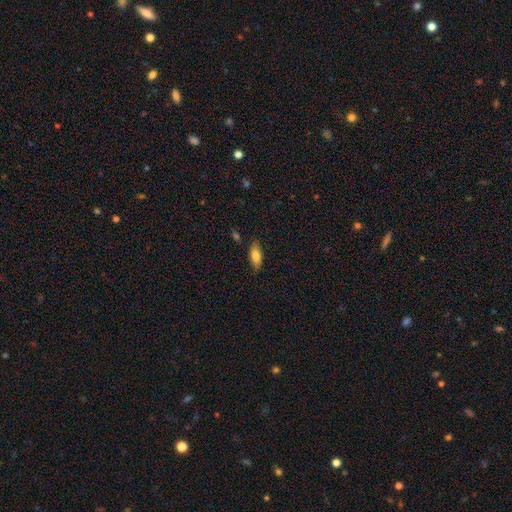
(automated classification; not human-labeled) Overall: smooth (78%). How rounded: in between (76%). Merging: none (83%).